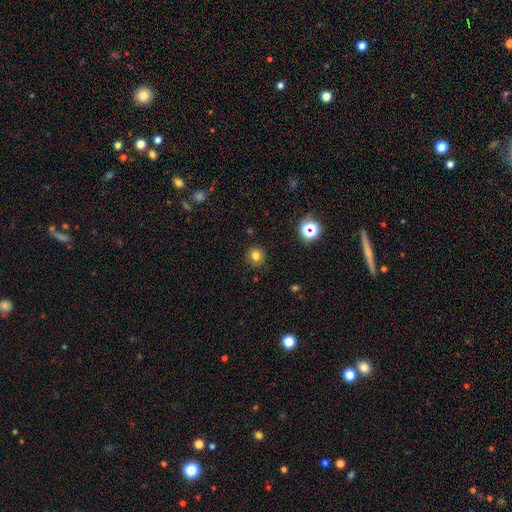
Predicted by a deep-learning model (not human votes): Morphology: type=smooth (78%); roundness=round (90%); merging=none (89%).